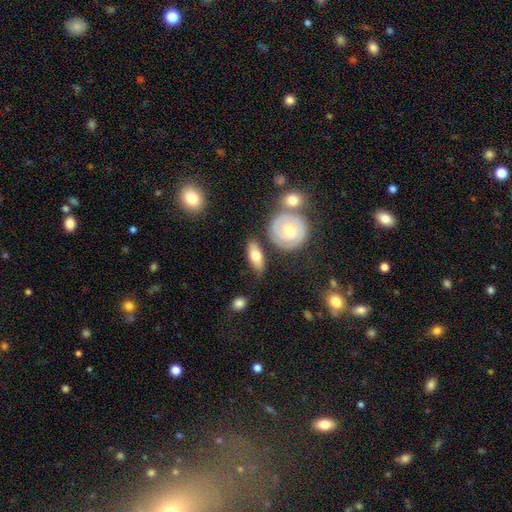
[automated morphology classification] A smooth galaxy with no disk features (61%) that is in between round and cigar-shaped (75%). Merging: none (70%).